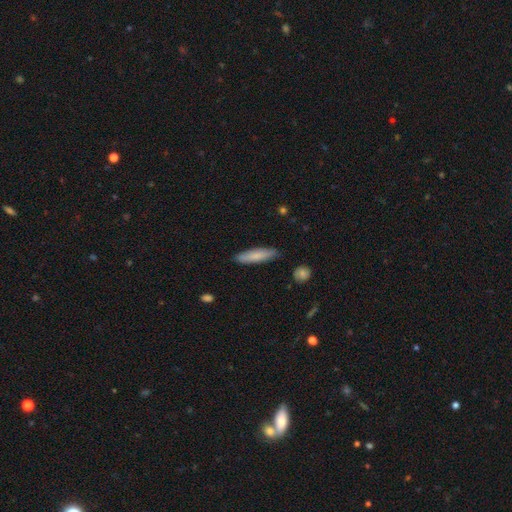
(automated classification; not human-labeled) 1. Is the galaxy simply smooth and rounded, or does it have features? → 79% smooth, 15% featured or disk, 6% star or artifact.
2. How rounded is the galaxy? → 78% cigar-shaped, 20% in between, 2% round.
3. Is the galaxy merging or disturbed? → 86% none, 10% minor disturbance, 2% major disturbance, 1% merger.